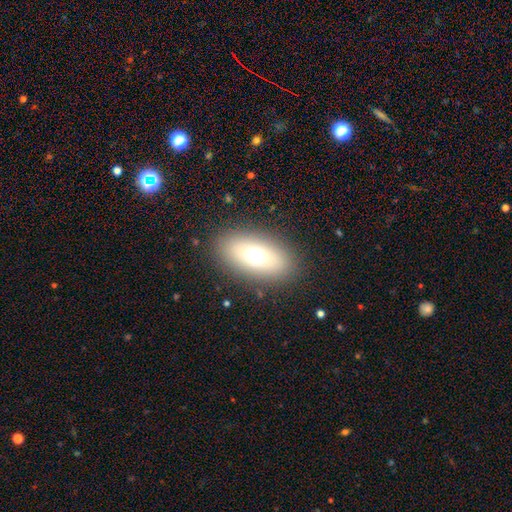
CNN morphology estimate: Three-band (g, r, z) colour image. It shows a smooth galaxy with no disk features (65%) that is in between round and cigar-shaped (82%). Merging: none (85%).